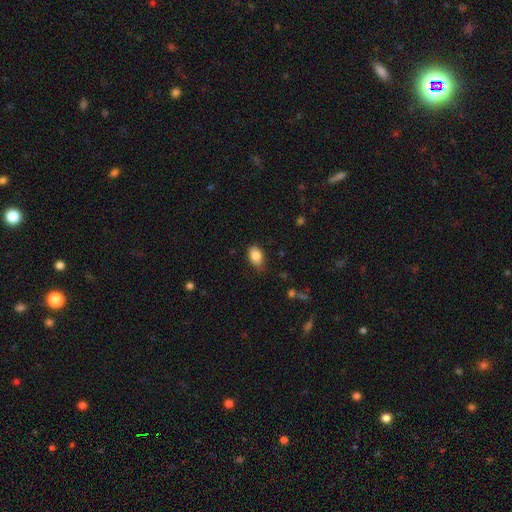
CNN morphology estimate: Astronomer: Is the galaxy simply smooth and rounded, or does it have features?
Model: smooth — 86%.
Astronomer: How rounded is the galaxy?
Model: in between — 88%.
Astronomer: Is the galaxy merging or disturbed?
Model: none — 78%.